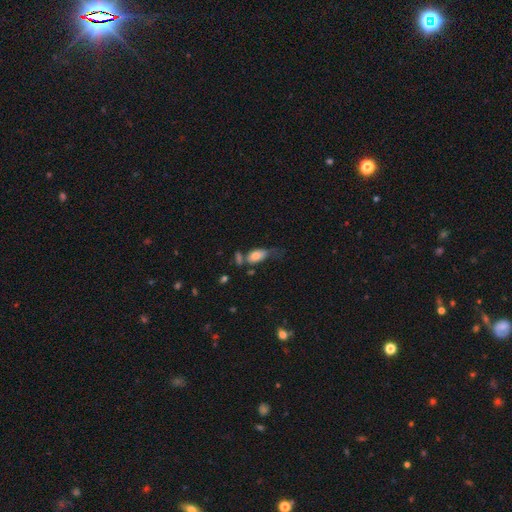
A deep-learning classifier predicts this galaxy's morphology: Smooth or featured: smooth — 76% (featured or disk — 16%)
How rounded: in between — 89% (cigar-shaped — 6%)
Merging: none — 32% (minor disturbance — 27%)